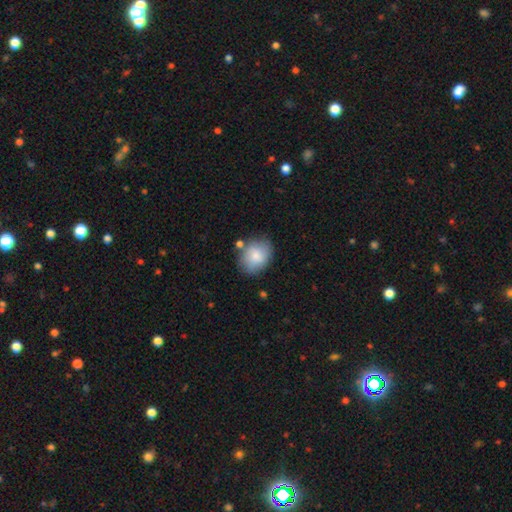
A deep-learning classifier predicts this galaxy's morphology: Smooth or featured? Predicted: smooth (p=0.78). How rounded? Predicted: round (p=0.50). Merging? Predicted: none (p=0.72).